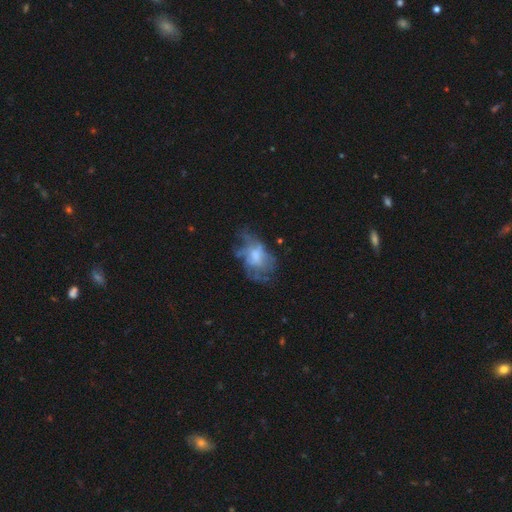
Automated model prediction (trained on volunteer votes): featured or disk 56%, smooth 33%, star or artifact 11%. Down the decision tree: edge-on disk — no (96%); bar — no (70%); spiral arms — no (65%); bulge size — moderate (41%); merging — none (40%).